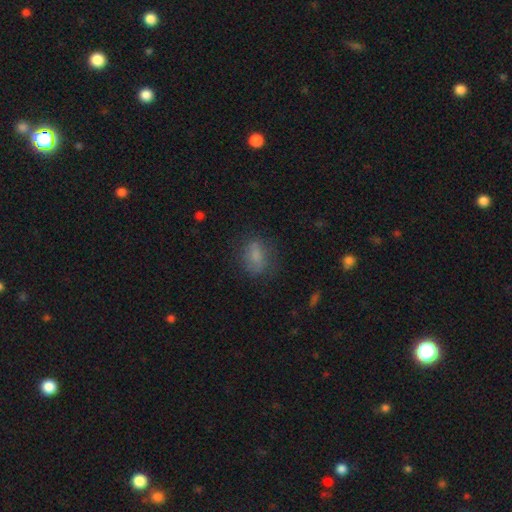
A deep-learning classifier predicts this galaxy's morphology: This appears to be a smooth galaxy with no disk features (71%) that is in between round and cigar-shaped (73%). Merging: none (64%).